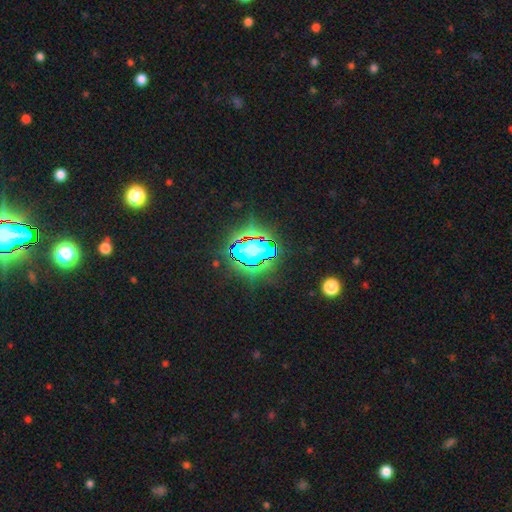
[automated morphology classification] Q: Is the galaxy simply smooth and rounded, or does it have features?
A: star or artifact — 82%.